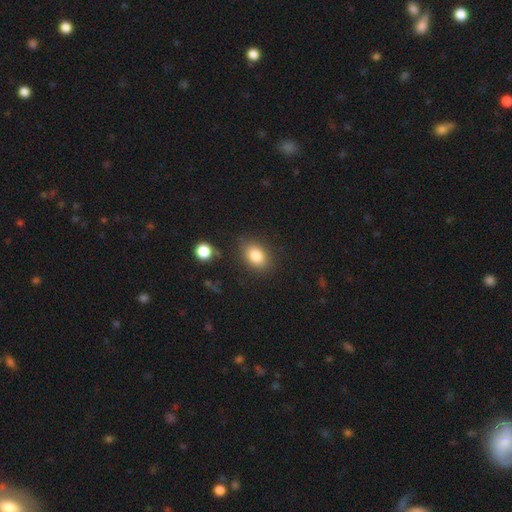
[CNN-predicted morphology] Q: Smooth or featured?
A: smooth (83%); runner-up: star or artifact (9%)
Q: How rounded?
A: in between (76%); runner-up: round (22%)
Q: Merging?
A: none (82%); runner-up: minor disturbance (12%)